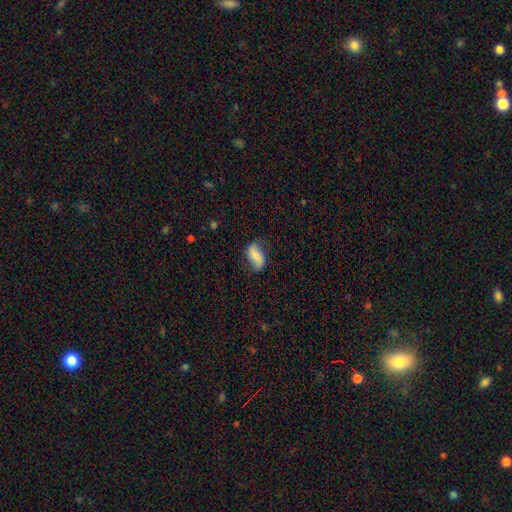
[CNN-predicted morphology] The model was most divided on "smooth or featured": smooth: 50%, featured or disk: 42%, star or artifact: 8%. More confident: merging — none (71%).